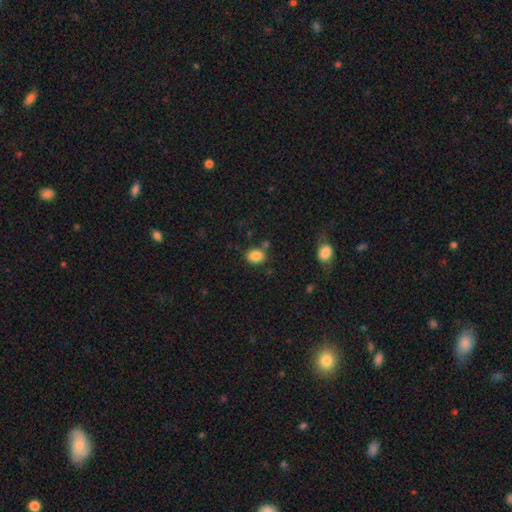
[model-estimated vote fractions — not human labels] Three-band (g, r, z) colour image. It shows a smooth galaxy with no disk features (85%) that is in between round and cigar-shaped (60%). Merging: none (75%).